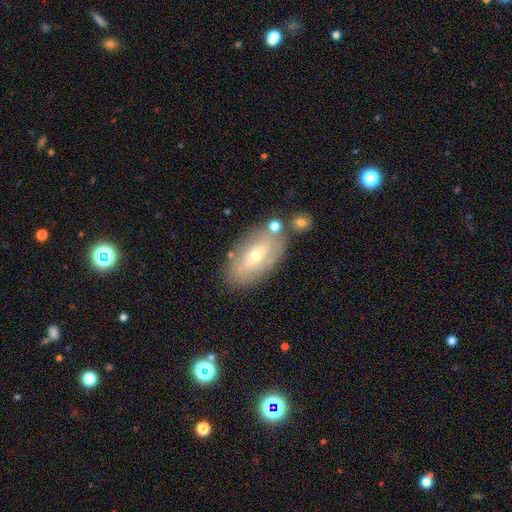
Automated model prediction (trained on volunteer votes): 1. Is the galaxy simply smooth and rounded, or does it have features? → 58% featured or disk, 35% smooth, 7% star or artifact.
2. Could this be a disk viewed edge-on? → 87% no, 13% yes.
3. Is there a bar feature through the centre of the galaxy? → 59% no, 28% weak, 13% strong.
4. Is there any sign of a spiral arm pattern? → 51% yes, 49% no.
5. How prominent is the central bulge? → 61% small, 35% moderate, 2% large, 1% none, 1% dominant.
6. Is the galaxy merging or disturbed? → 72% none, 16% minor disturbance, 8% merger, 5% major disturbance.